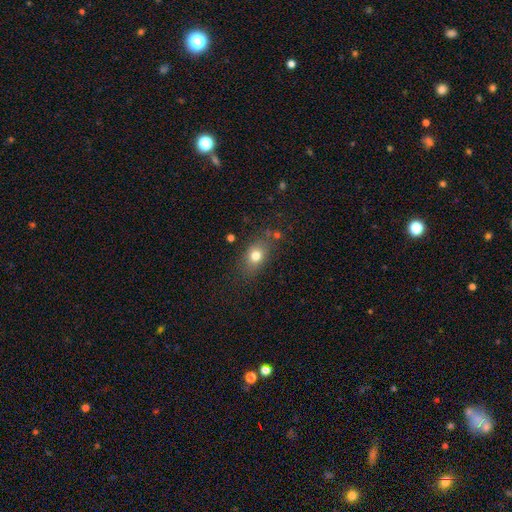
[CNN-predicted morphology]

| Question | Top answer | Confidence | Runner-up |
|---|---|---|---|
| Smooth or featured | smooth | 77% | featured or disk (11%) |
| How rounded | in between | 65% | round (33%) |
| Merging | none | 76% | minor disturbance (15%) |